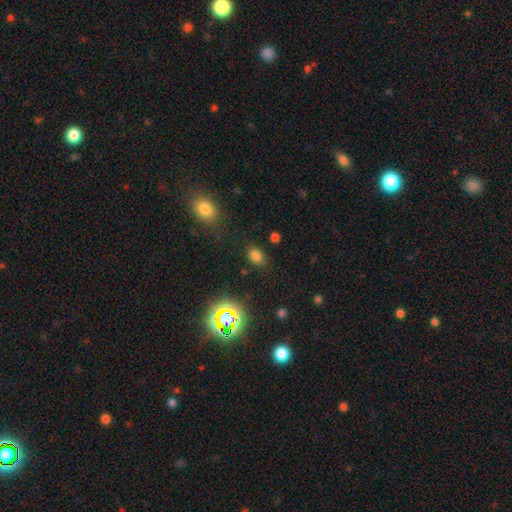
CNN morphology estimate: Q: Smooth or featured?
A: smooth (71%); runner-up: star or artifact (23%)
Q: How rounded?
A: in between (73%); runner-up: round (25%)
Q: Merging?
A: none (81%); runner-up: minor disturbance (12%)